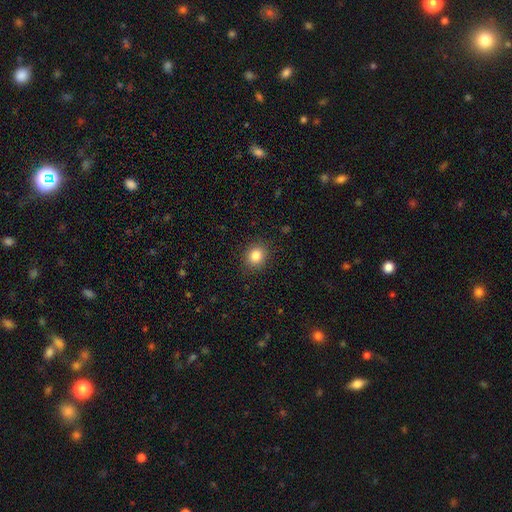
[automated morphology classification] Smooth or featured?
  - smooth: 83% *
  - star or artifact: 11%
  - featured or disk: 6%
How rounded?
  - round: 71% *
  - in between: 28%
  - cigar-shaped: 1%
Merging?
  - none: 89% *
  - minor disturbance: 7%
  - major disturbance: 2%
  - merger: 1%